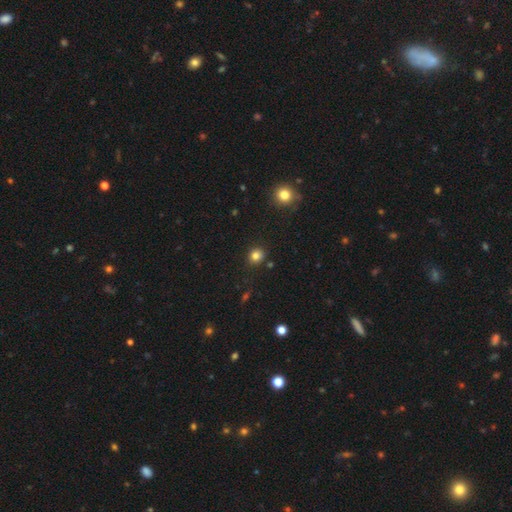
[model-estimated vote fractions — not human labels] Q: Smooth or featured?
A: smooth (81%); runner-up: star or artifact (13%)
Q: How rounded?
A: round (79%); runner-up: in between (21%)
Q: Merging?
A: none (86%); runner-up: minor disturbance (9%)